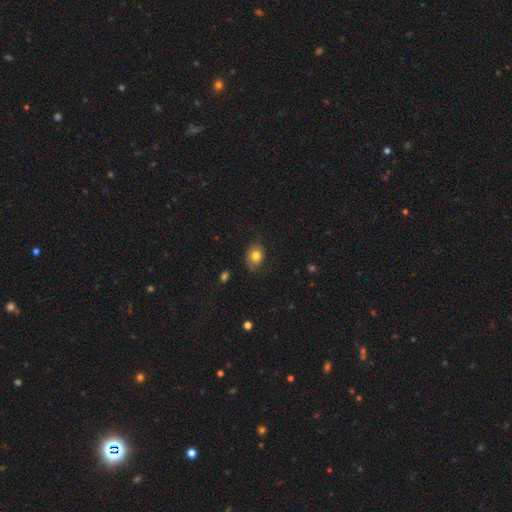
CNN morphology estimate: type=smooth (76%); roundness=in between (57%); merging=none (68%).